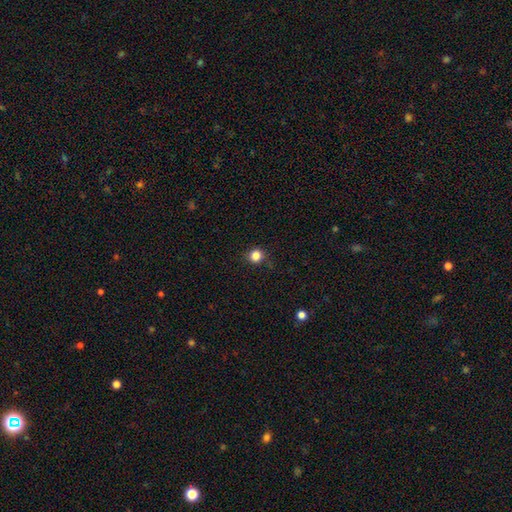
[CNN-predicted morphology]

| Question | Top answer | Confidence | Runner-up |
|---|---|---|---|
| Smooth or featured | smooth | 83% | star or artifact (13%) |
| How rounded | round | 90% | in between (10%) |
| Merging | none | 85% | minor disturbance (11%) |